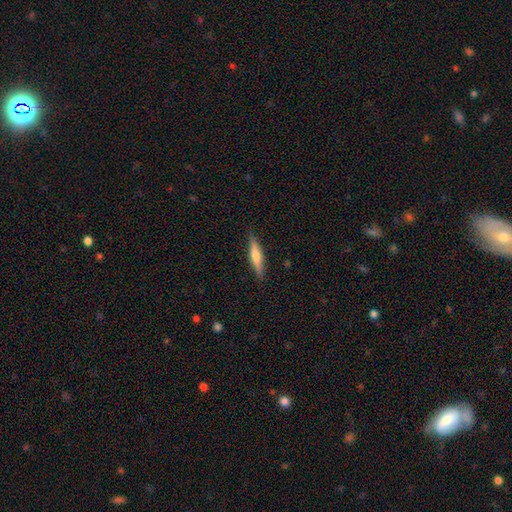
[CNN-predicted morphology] smooth 51%, featured or disk 43%, star or artifact 6%. Down the decision tree: how rounded — cigar-shaped (84%); merging — none (89%).